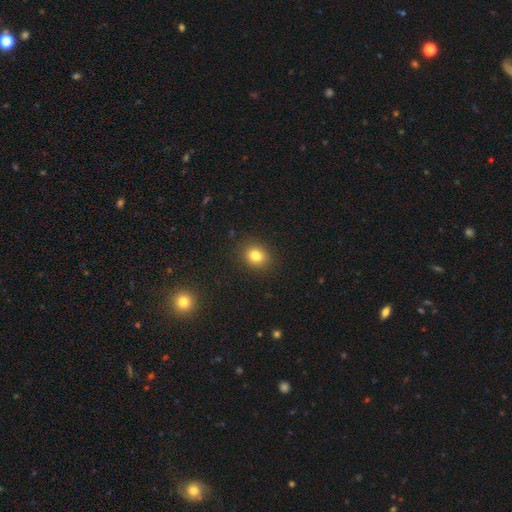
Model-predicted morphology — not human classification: This is clearly a smooth galaxy (81%). How rounded: possibly round (54%). Merging: clearly none (87%).